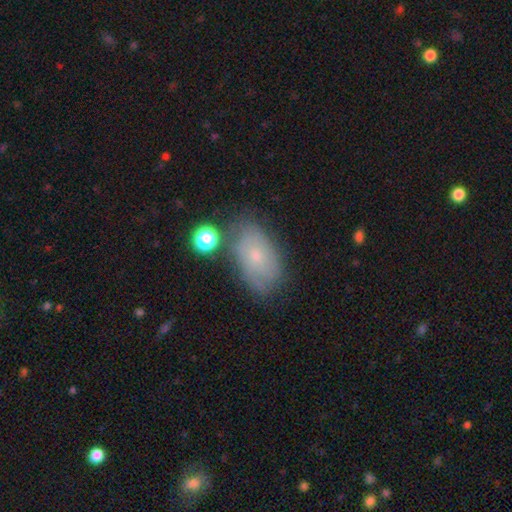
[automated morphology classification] type=smooth (47%); merging=none (65%).